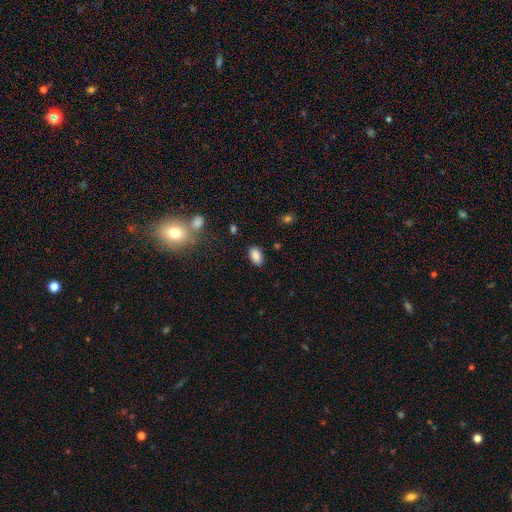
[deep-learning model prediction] Overall: smooth (86%). How rounded: in between (92%). Merging: none (85%).